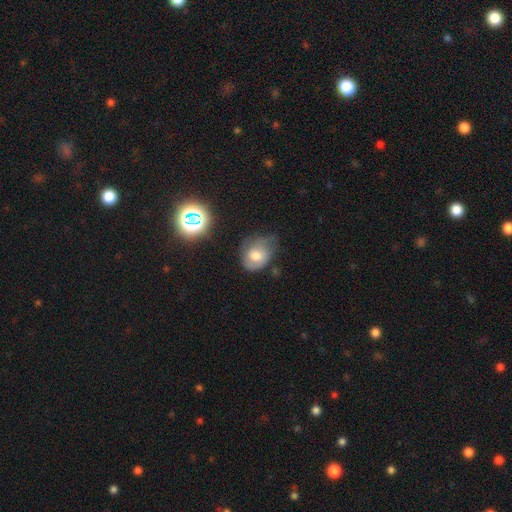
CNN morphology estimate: This appears to be a smooth galaxy with no disk features (60%) that is in between round and cigar-shaped (50%). Merging: minor disturbance (41%).